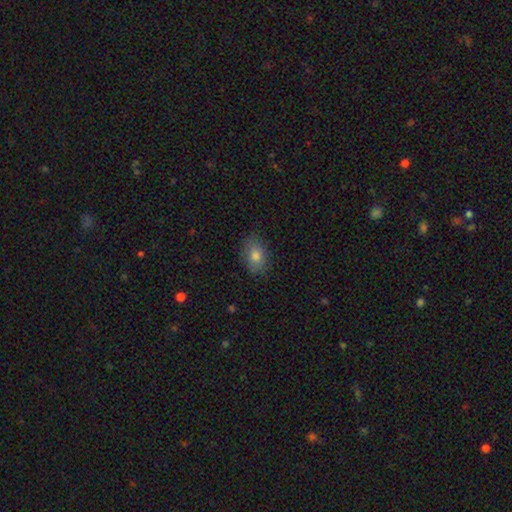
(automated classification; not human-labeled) This is likely a smooth galaxy (79%). How rounded: clearly in between (83%). Merging: clearly none (83%).